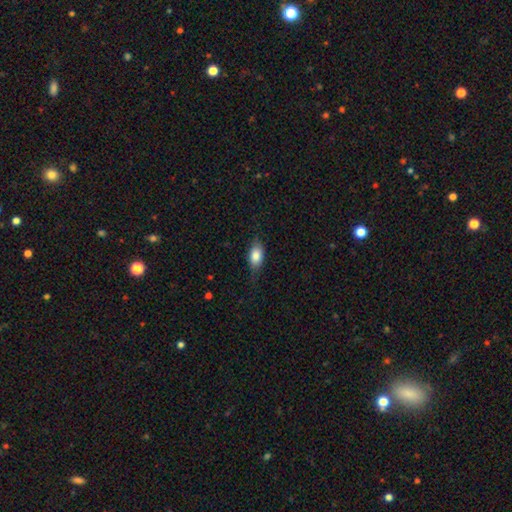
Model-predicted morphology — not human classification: This appears to be a smooth galaxy with no disk features (80%) that is in between round and cigar-shaped (85%). Merging: none (67%).